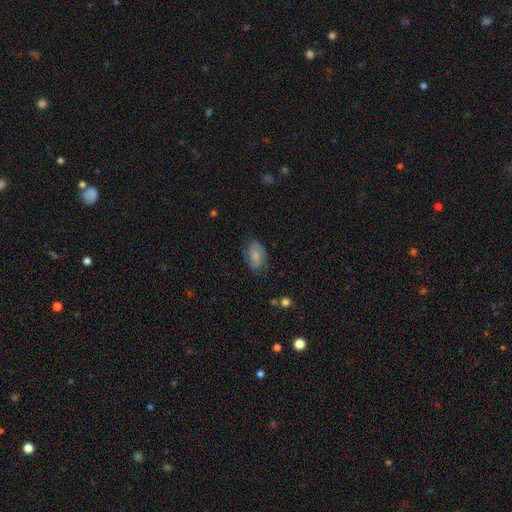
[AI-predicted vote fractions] smooth_or_featured: featured or disk (p=0.52) [alt: smooth p=0.39]
disk_edge_on: no (p=0.96) [alt: yes p=0.04]
bar: no (p=0.57) [alt: weak p=0.36]
has_spiral_arms: yes (p=0.87) [alt: no p=0.13]
bulge_size: small (p=0.35) [tied with: moderate p=0.35]
merging: none (p=0.72) [alt: minor disturbance p=0.19]